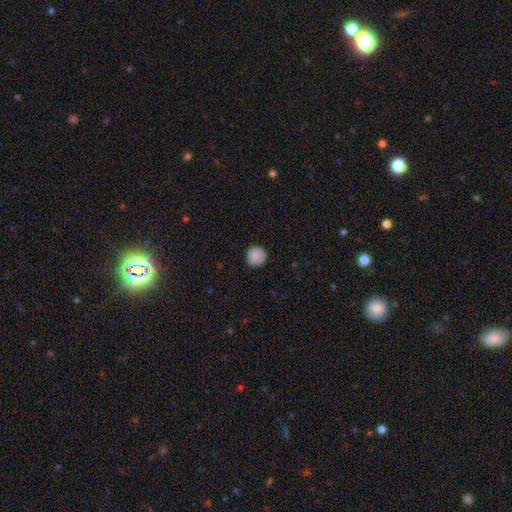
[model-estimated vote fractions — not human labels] Smooth or featured? Predicted: smooth (p=0.84). How rounded? Predicted: round (p=0.93). Merging? Predicted: none (p=0.84).